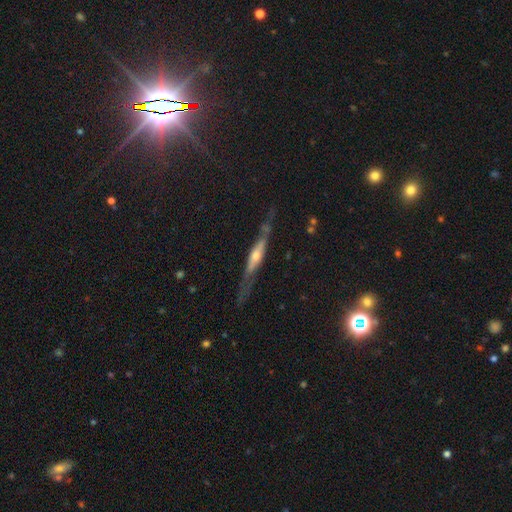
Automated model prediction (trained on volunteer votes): featured or disk 75%, smooth 19%, star or artifact 7%. Down the decision tree: edge-on disk — yes (89%); edge-on bulge — rounded (77%); merging — none (69%).